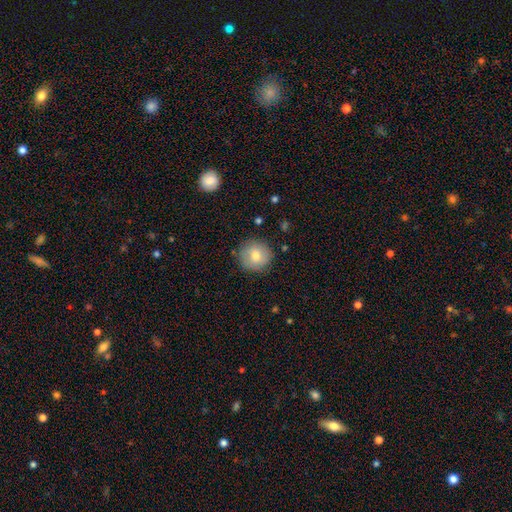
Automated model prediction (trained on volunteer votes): The model was most divided on "smooth or featured": smooth: 72%, featured or disk: 19%, star or artifact: 8%. More confident: how rounded — round (93%); merging — none (86%).